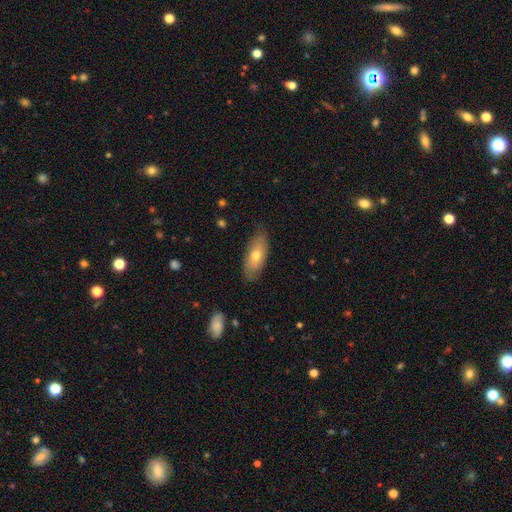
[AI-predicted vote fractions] This is likely a smooth galaxy (64%). How rounded: likely in between (77%). Merging: clearly none (80%).